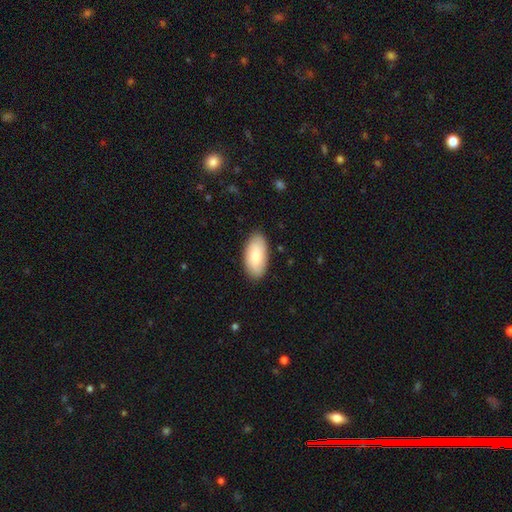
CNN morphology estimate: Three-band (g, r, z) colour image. It shows a smooth galaxy with no disk features (81%) that is in between round and cigar-shaped (94%). Merging: none (87%).